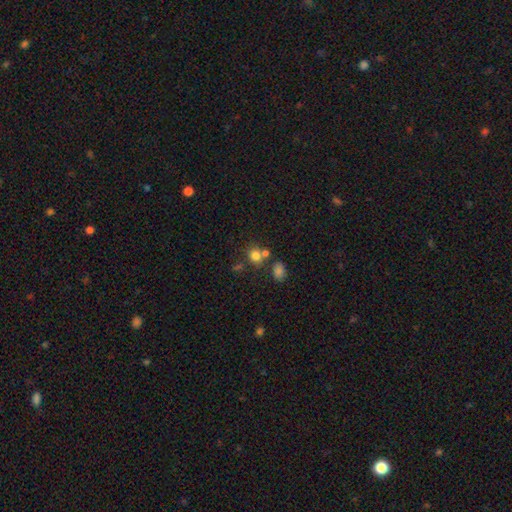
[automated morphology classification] type=smooth (77%); roundness=round (75%); merging=none (57%).